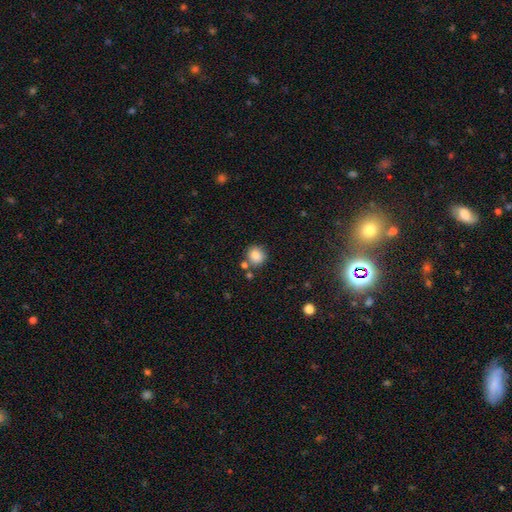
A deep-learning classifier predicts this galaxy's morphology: Q: Smooth or featured?
A: smooth (85%); runner-up: star or artifact (10%)
Q: How rounded?
A: round (84%); runner-up: in between (15%)
Q: Merging?
A: none (74%); runner-up: merger (12%)